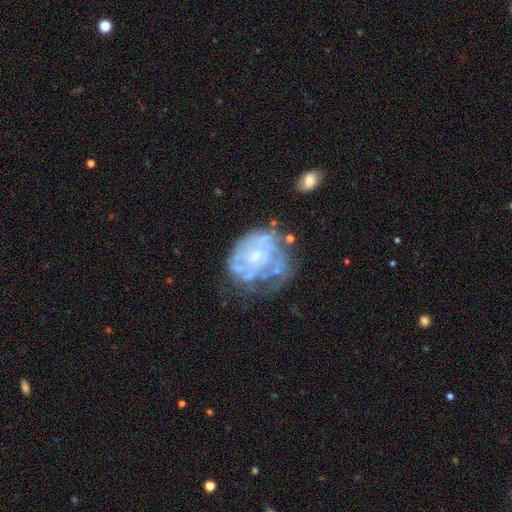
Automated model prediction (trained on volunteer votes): Smooth or featured?
  - featured or disk: 74% *
  - smooth: 16%
  - star or artifact: 10%
Edge-on disk?
  - no: 98% *
  - yes: 2%
Bar?
  - no: 74% *
  - weak: 22%
  - strong: 4%
Spiral arms?
  - yes: 66% *
  - no: 34%
Bulge size?
  - small: 64% *
  - moderate: 17%
  - none: 17%
  - large: 2%
  - dominant: 1%
Merging?
  - none: 45% *
  - minor disturbance: 25%
  - major disturbance: 25%
  - merger: 5%